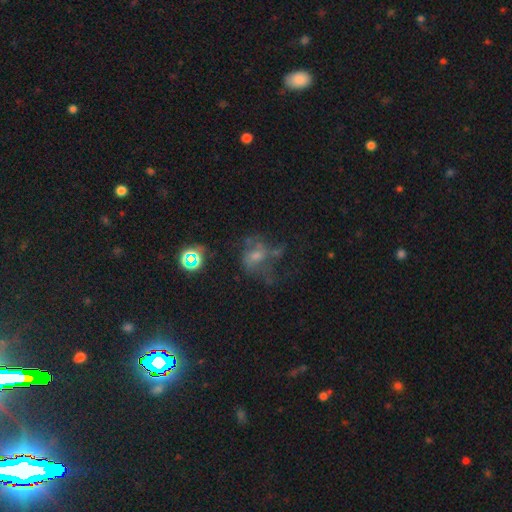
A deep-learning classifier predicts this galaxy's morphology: Smooth or featured: featured or disk — 45% (star or artifact — 29%)
Merging: none — 42% (major disturbance — 32%)